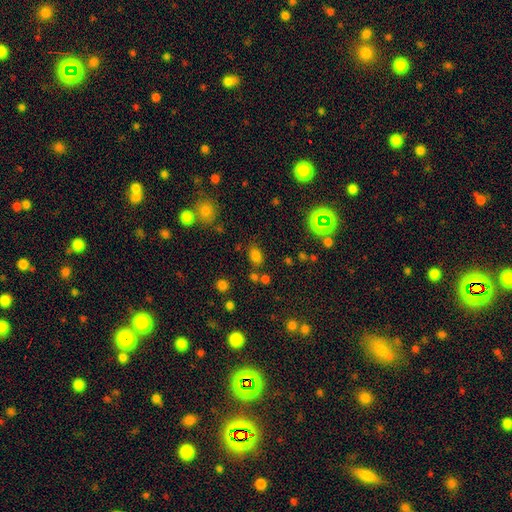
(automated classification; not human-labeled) Smooth or featured: smooth — 73% (star or artifact — 20%)
How rounded: in between — 77% (round — 21%)
Merging: none — 73% (minor disturbance — 14%)